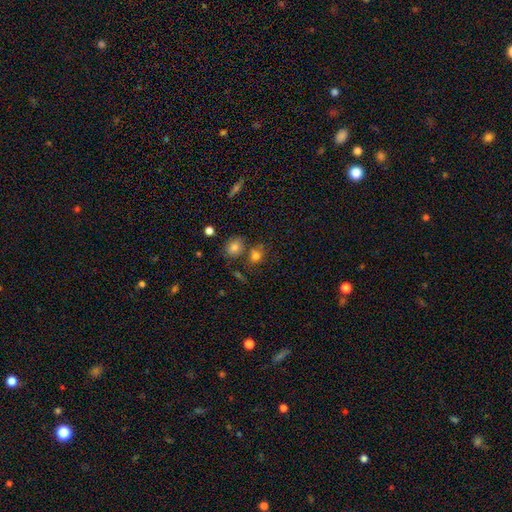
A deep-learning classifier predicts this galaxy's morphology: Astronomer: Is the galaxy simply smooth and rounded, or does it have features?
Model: smooth — 75%.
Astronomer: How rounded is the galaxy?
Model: round — 66%.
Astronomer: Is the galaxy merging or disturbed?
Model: none — 58%.